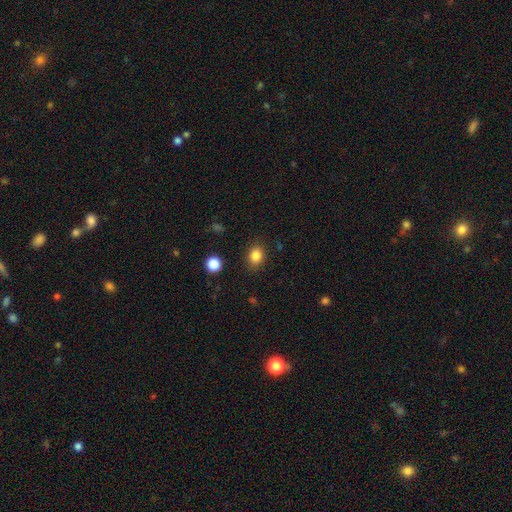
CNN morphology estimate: Smooth or featured?
  - smooth: 84% *
  - star or artifact: 11%
  - featured or disk: 5%
How rounded?
  - in between: 52% *
  - round: 47%
  - cigar-shaped: 1%
Merging?
  - none: 85% *
  - minor disturbance: 10%
  - major disturbance: 3%
  - merger: 2%